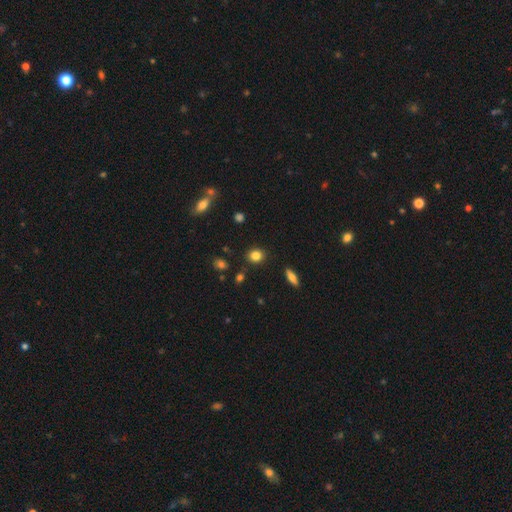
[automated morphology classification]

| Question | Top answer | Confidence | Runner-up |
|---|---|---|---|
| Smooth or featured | smooth | 83% | star or artifact (11%) |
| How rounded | round | 67% | in between (32%) |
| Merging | none | 87% | minor disturbance (8%) |